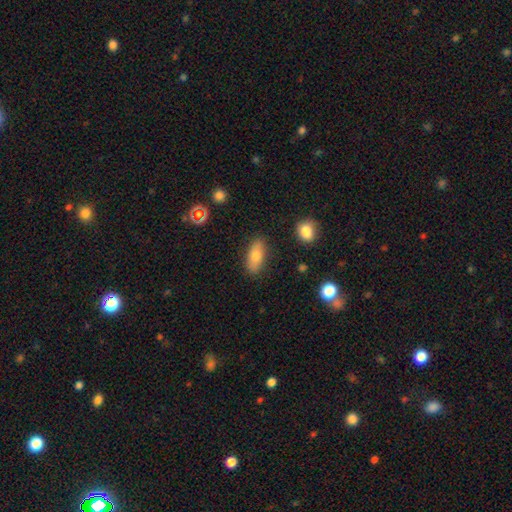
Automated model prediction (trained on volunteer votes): smooth-or-featured: smooth: 75% | featured or disk: 18% | star or artifact: 8%
  how-rounded: in between: 78% | cigar-shaped: 18% | round: 4%
  merging: none: 86% | minor disturbance: 10% | major disturbance: 2% | merger: 2%